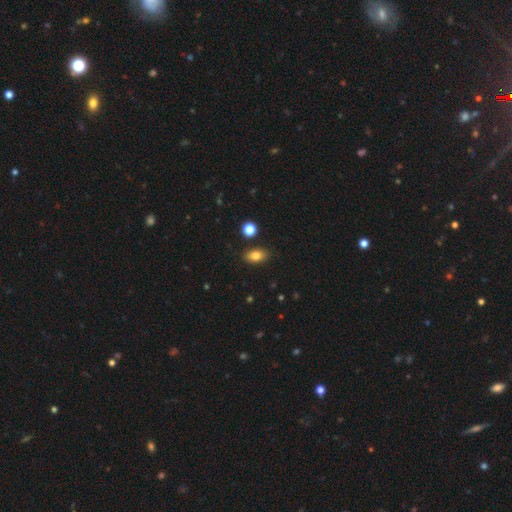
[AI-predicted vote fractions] Smooth or featured? smooth (81%)
How rounded? in between (86%)
Merging? none (86%)